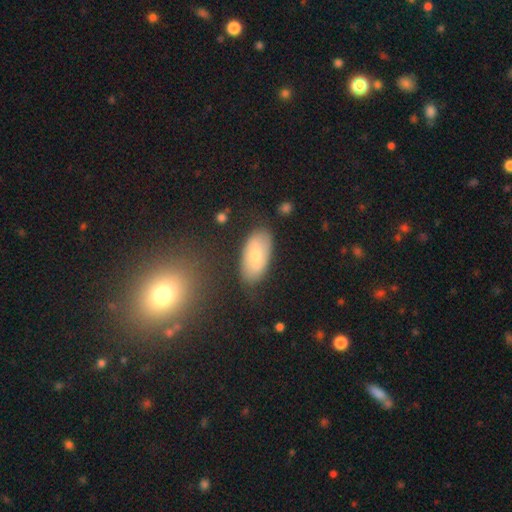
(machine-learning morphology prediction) Smooth or featured? smooth (59%)
How rounded? in between (93%)
Merging? none (76%)